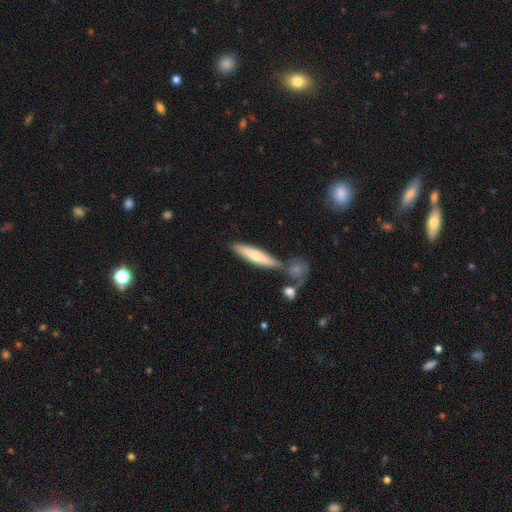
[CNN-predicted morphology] A smooth galaxy with no disk features (64%) that is cigar-shaped (84%). Merging: none (71%).